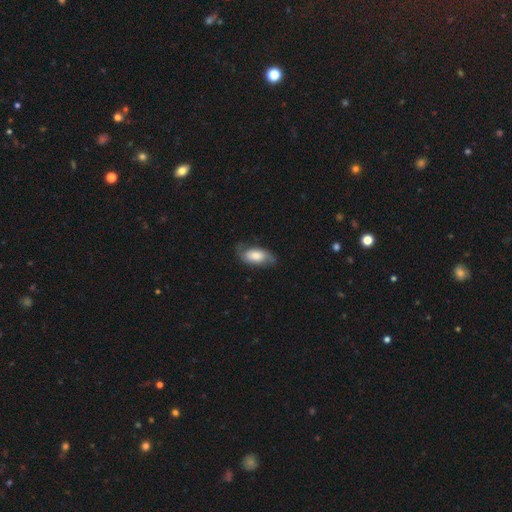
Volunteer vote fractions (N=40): Smooth or featured? smooth (60%)
How rounded? in between (96%)
Merging? none (76%)